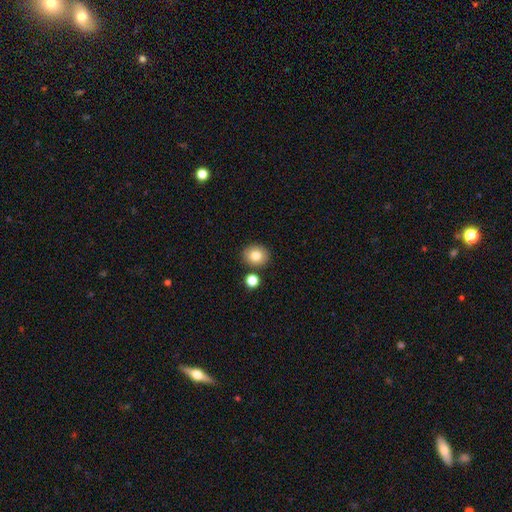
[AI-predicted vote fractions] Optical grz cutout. It shows a smooth galaxy with no disk features (81%) that is round (75%). Merging: none (83%).